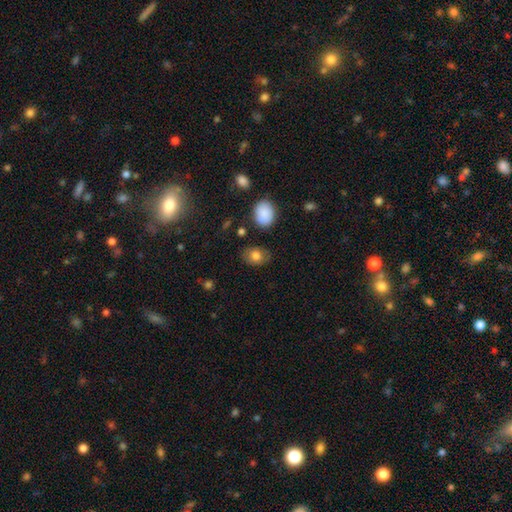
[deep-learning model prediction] smooth_or_featured: smooth (p=0.80) [alt: featured or disk p=0.11]
how_rounded: in between (p=0.67) [alt: round p=0.31]
merging: none (p=0.80) [alt: minor disturbance p=0.14]